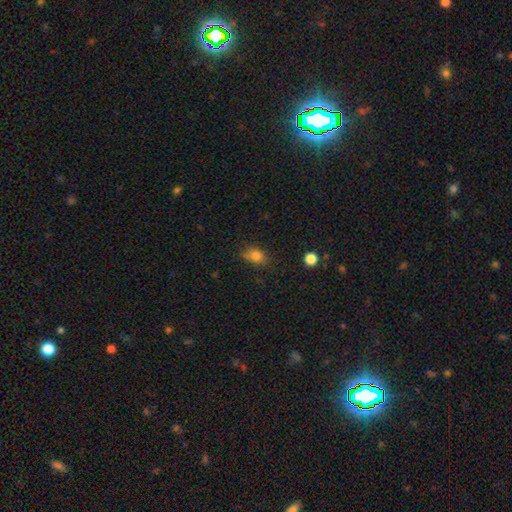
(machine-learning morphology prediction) smooth 80%, star or artifact 12%, featured or disk 8%. Down the decision tree: how rounded — in between (74%); merging — none (66%).